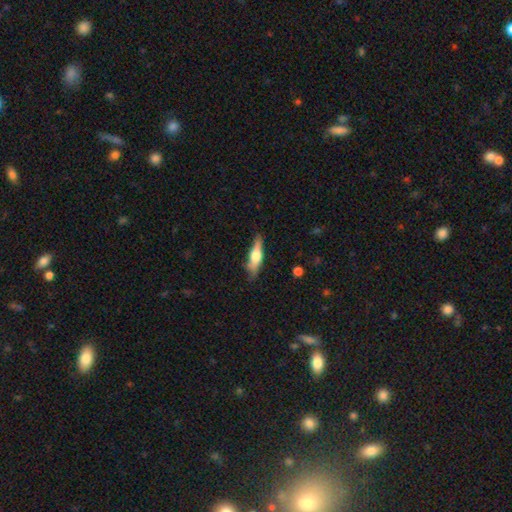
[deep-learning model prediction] Q: Smooth or featured?
A: smooth (50%); runner-up: featured or disk (44%)
Q: How rounded?
A: cigar-shaped (63%); runner-up: in between (35%)
Q: Merging?
A: none (74%); runner-up: minor disturbance (20%)